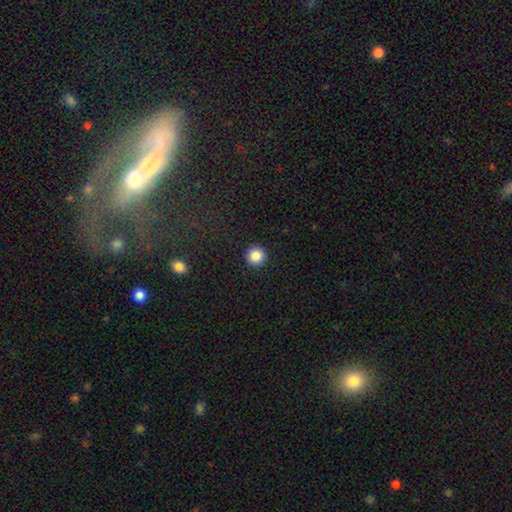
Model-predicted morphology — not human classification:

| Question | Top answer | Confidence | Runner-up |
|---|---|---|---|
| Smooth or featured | smooth | 86% | star or artifact (10%) |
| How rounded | round | 96% | in between (3%) |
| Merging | none | 94% | minor disturbance (4%) |